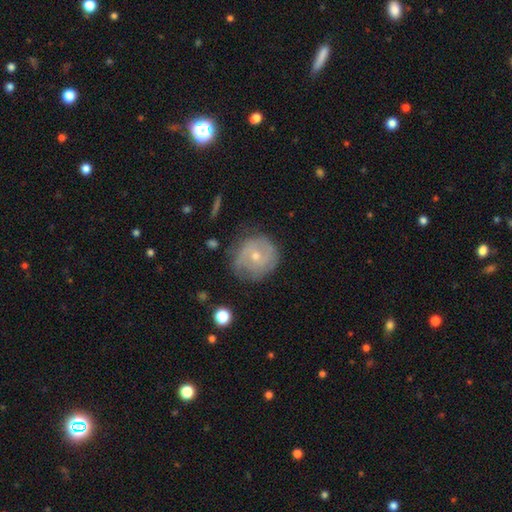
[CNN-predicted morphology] Overall: featured or disk (56%; smooth 36%). Edge-on disk: no (97%). Bar: no (66%; weak 29%). Spiral arms: yes (72%). Bulge size: small (55%; moderate 41%). Merging: none (64%; minor disturbance 25%).